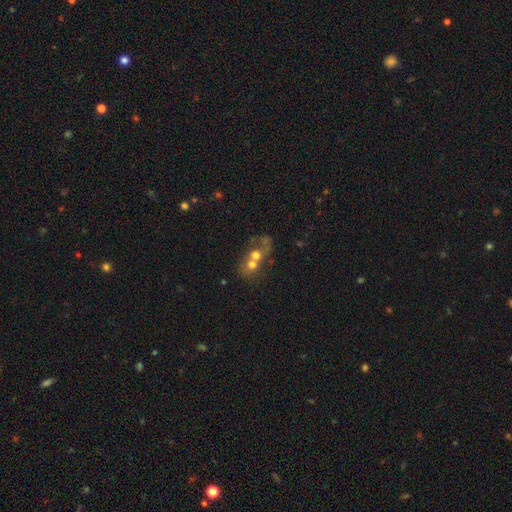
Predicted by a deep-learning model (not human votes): smooth-or-featured: smooth: 55% | featured or disk: 32% | star or artifact: 13%
  how-rounded: round: 63% | in between: 35% | cigar-shaped: 2%
  merging: merger: 74% | none: 15% | major disturbance: 6% | minor disturbance: 5%